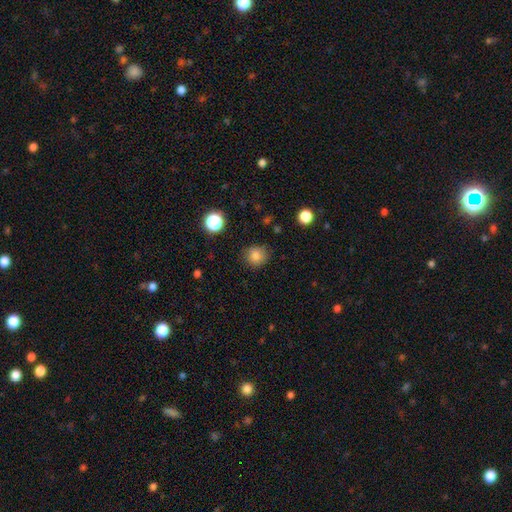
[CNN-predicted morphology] Q: Smooth or featured?
A: smooth (83%); runner-up: star or artifact (12%)
Q: How rounded?
A: round (87%); runner-up: in between (12%)
Q: Merging?
A: none (84%); runner-up: minor disturbance (11%)